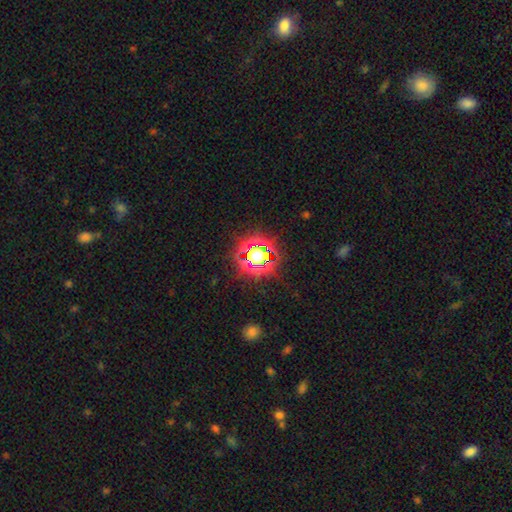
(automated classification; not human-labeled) A star or artifact, not a galaxy (65%).

Vote fractions:
- Smooth or featured? star or artifact: 65% / smooth: 23% / featured or disk: 11%